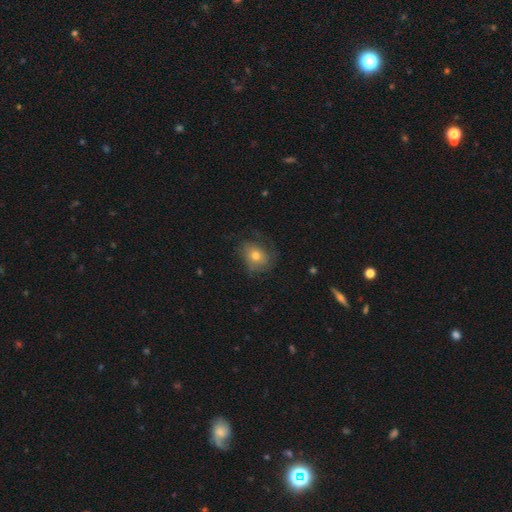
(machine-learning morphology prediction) Q: Smooth or featured?
A: smooth (56%); runner-up: featured or disk (34%)
Q: How rounded?
A: round (57%); runner-up: in between (42%)
Q: Merging?
A: none (57%); runner-up: minor disturbance (24%)